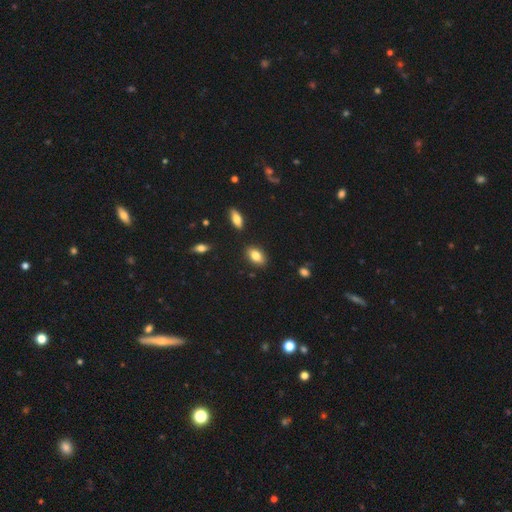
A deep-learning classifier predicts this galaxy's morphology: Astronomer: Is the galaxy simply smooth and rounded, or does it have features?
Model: smooth — 82%.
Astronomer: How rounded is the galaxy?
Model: in between — 90%.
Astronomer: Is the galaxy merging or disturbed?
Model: none — 85%.